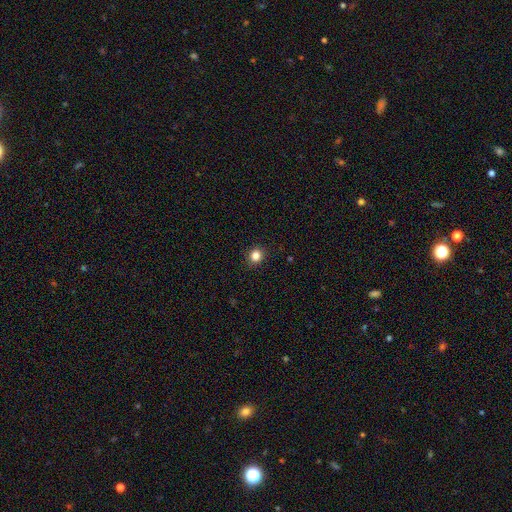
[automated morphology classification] Overall: smooth (84%). How rounded: round (87%). Merging: none (92%).